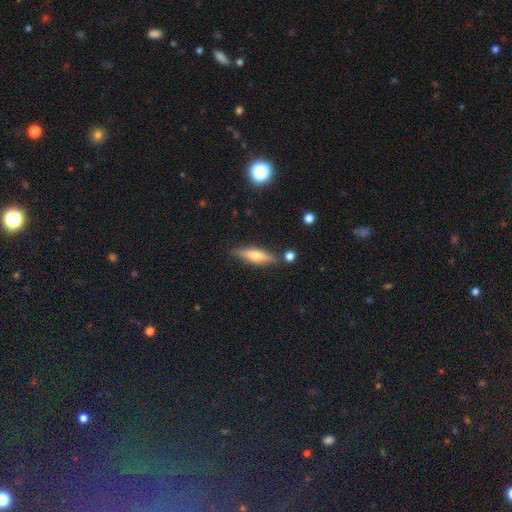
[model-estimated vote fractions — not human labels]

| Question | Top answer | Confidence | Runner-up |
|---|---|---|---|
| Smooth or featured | featured or disk | 54% | smooth (38%) |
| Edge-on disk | yes | 94% | no (6%) |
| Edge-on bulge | rounded | 87% | boxy (7%) |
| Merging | none | 84% | minor disturbance (10%) |